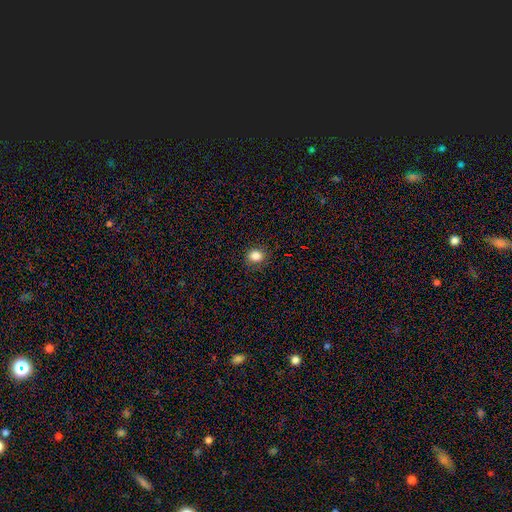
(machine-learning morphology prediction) type=smooth (85%); roundness=round (70%); merging=none (87%).